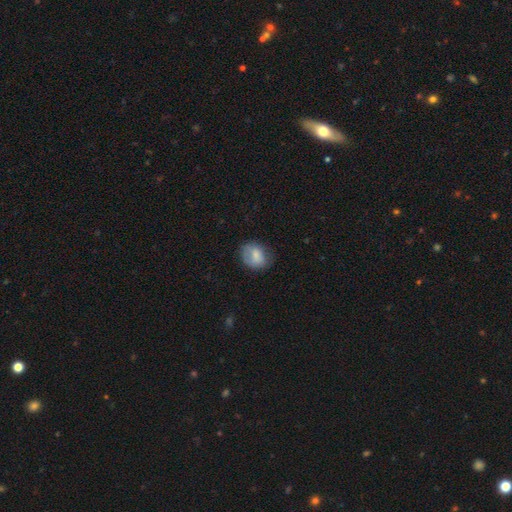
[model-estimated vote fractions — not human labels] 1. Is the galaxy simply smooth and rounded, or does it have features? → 77% smooth, 15% featured or disk, 8% star or artifact.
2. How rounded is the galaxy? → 51% in between, 48% round, 1% cigar-shaped.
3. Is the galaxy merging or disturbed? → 64% none, 25% minor disturbance, 9% major disturbance, 1% merger.